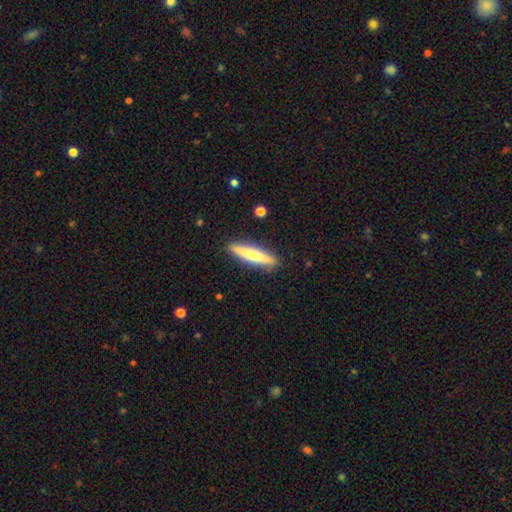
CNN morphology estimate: This is likely a smooth galaxy (61%). How rounded: clearly cigar-shaped (89%). Merging: clearly none (89%).